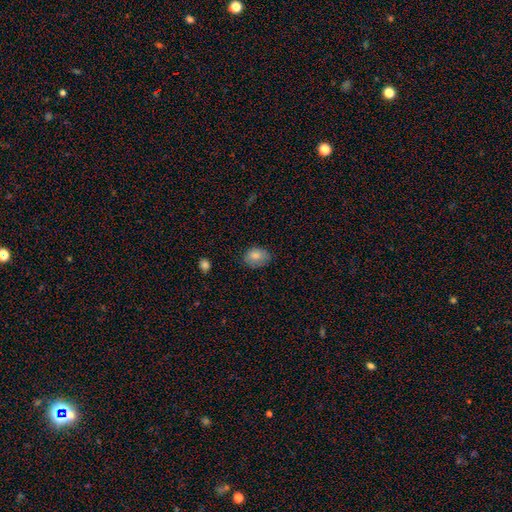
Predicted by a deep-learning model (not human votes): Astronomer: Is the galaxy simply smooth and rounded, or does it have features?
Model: smooth — 83%.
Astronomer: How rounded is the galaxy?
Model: in between — 75%.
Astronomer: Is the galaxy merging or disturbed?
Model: none — 73%.